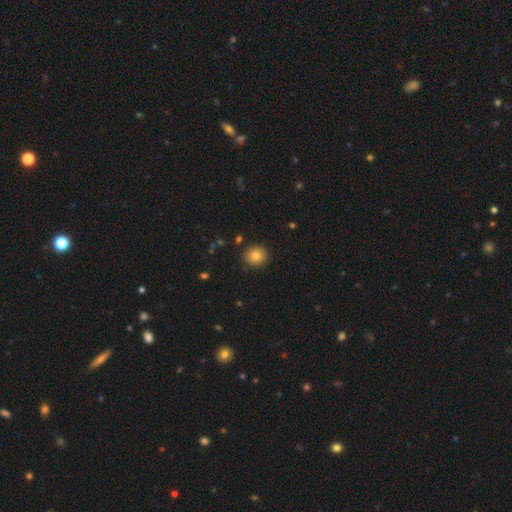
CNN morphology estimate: A smooth galaxy with no disk features (81%) that is round (83%).

Vote fractions:
- Smooth or featured? smooth: 81% / star or artifact: 10% / featured or disk: 9%
- How rounded? round: 83% / in between: 16% / cigar-shaped: 1%
- Merging? none: 90% / minor disturbance: 7% / major disturbance: 2% / merger: 1%